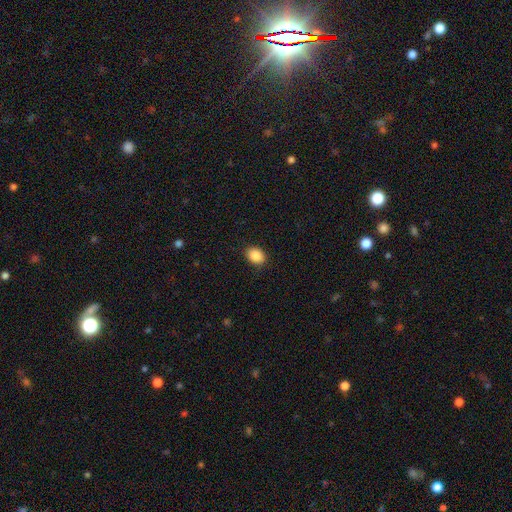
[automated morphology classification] This appears to be a smooth galaxy with no disk features (89%) that is in between round and cigar-shaped (64%). Merging: none (88%).